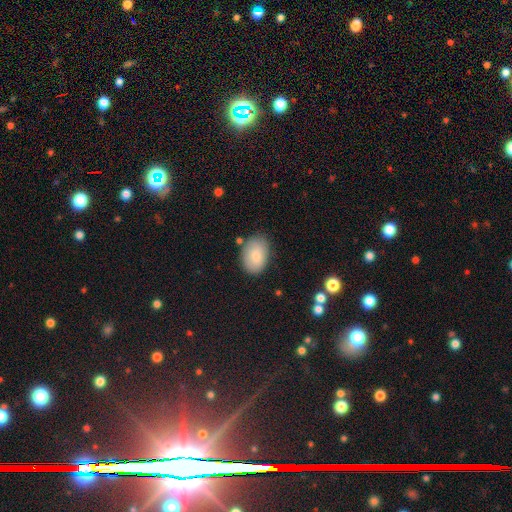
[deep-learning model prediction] This appears to be a smooth galaxy with no disk features (80%) that is in between round and cigar-shaped (85%). Merging: none (78%).